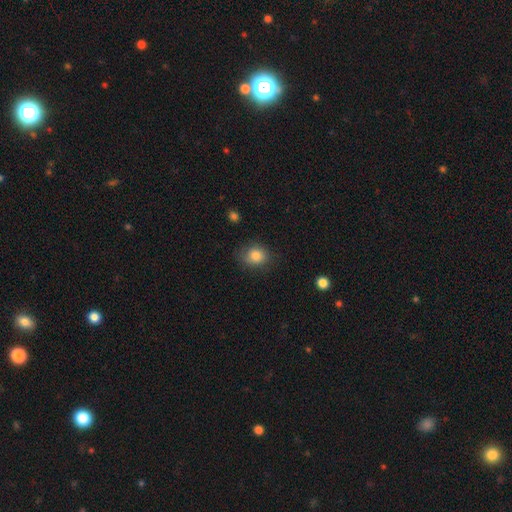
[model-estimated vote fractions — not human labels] This appears to be a smooth galaxy with no disk features (83%) that is round (62%). Merging: none (74%).